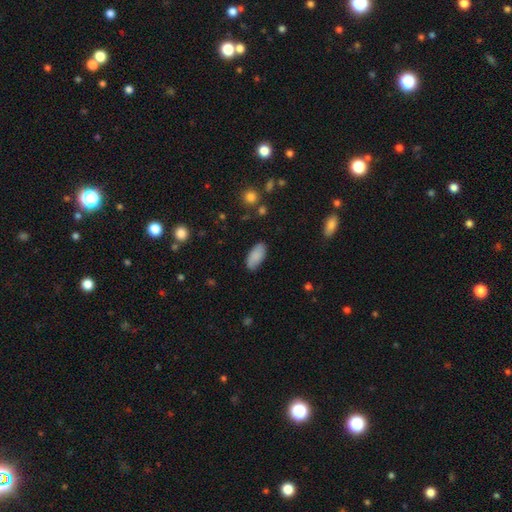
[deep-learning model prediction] Smooth or featured: smooth — 85% (featured or disk — 8%)
How rounded: in between — 92% (cigar-shaped — 6%)
Merging: none — 82% (minor disturbance — 14%)